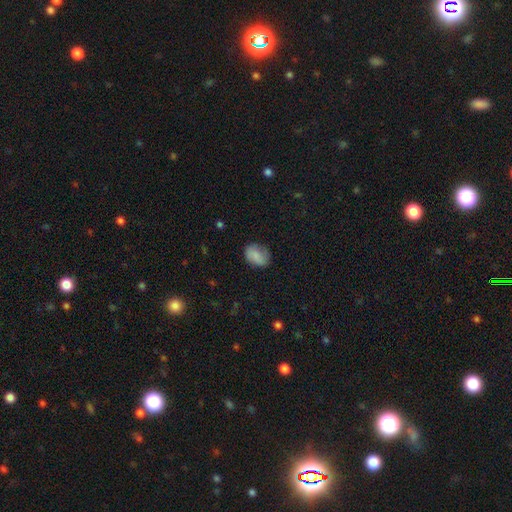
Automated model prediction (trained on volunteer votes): Q: Smooth or featured?
A: smooth (80%); runner-up: featured or disk (12%)
Q: How rounded?
A: in between (75%); runner-up: round (24%)
Q: Merging?
A: none (68%); runner-up: minor disturbance (24%)